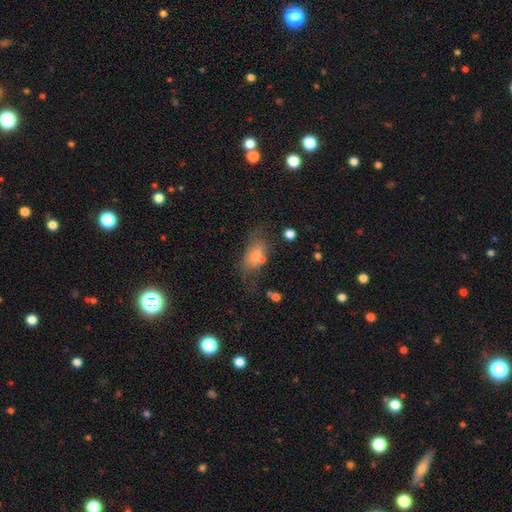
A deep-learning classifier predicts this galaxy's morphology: Q: Smooth or featured?
A: smooth (62%); runner-up: featured or disk (22%)
Q: How rounded?
A: in between (80%); runner-up: cigar-shaped (10%)
Q: Merging?
A: none (47%); runner-up: minor disturbance (23%)